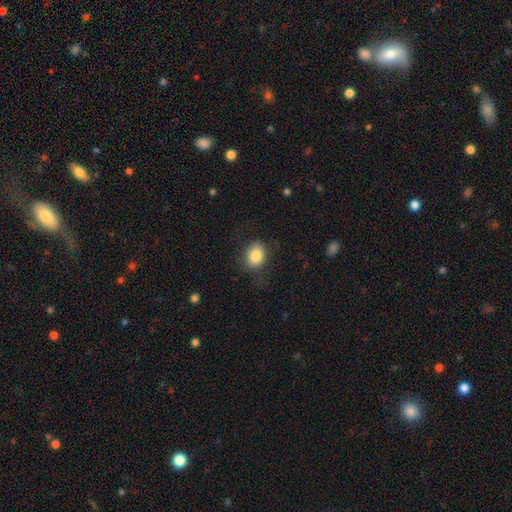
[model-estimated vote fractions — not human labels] Q: Smooth or featured?
A: smooth (83%); runner-up: star or artifact (9%)
Q: How rounded?
A: in between (53%); runner-up: round (46%)
Q: Merging?
A: none (76%); runner-up: minor disturbance (17%)